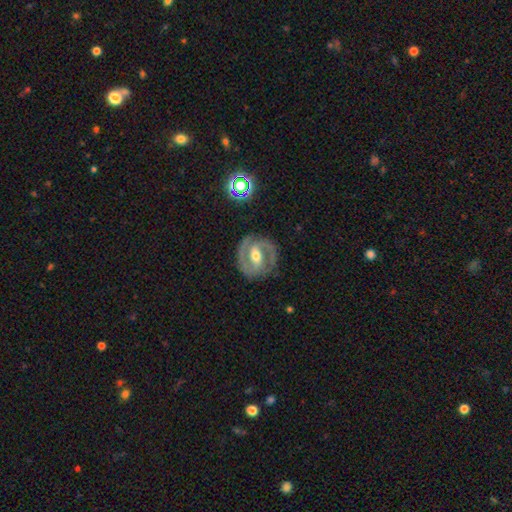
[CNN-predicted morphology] The model was most divided on "spiral winding": tight: 47%, medium: 44%, loose: 8%. Remaining: edge-on disk — no (97%); spiral arms — yes (92%); spiral arm count — 2 (90%); smooth or featured — featured or disk (86%); merging — none (83%); bulge size — moderate (67%); bar — strong (47%).